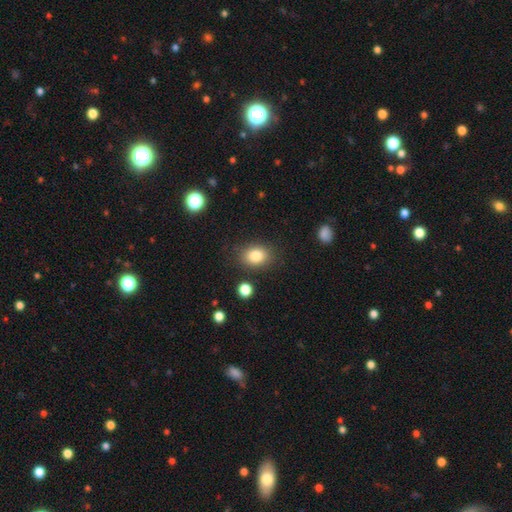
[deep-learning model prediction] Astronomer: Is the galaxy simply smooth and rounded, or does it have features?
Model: smooth — 83%.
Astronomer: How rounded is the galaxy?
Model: in between — 59% (runner-up: round, 40%).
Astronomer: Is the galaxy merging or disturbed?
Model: none — 83%.